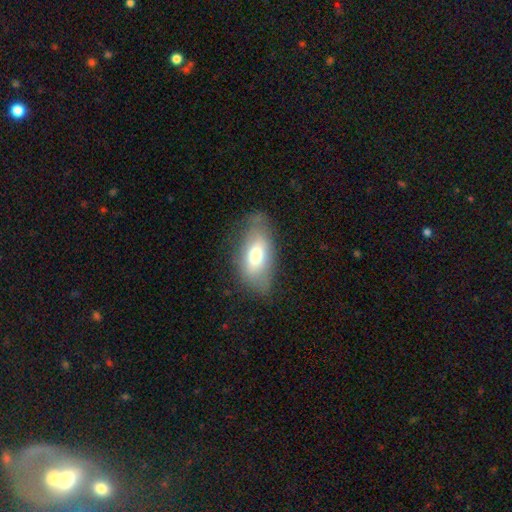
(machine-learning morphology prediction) smooth_or_featured: smooth (p=0.68) [alt: featured or disk p=0.24]
how_rounded: in between (p=0.88) [alt: cigar-shaped p=0.06]
merging: none (p=0.67) [alt: minor disturbance p=0.22]